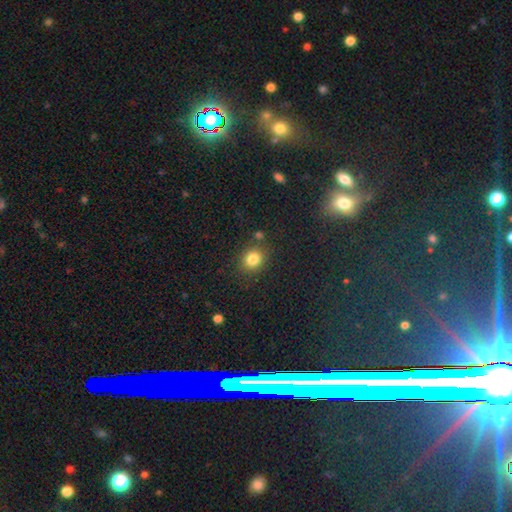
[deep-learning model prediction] Overall: smooth (79%). How rounded: round (70%). Merging: none (82%).